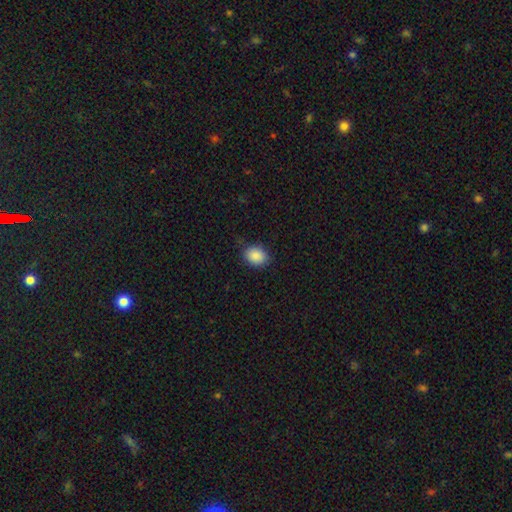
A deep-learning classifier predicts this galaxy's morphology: type=smooth (89%); roundness=in between (60%); merging=none (82%).